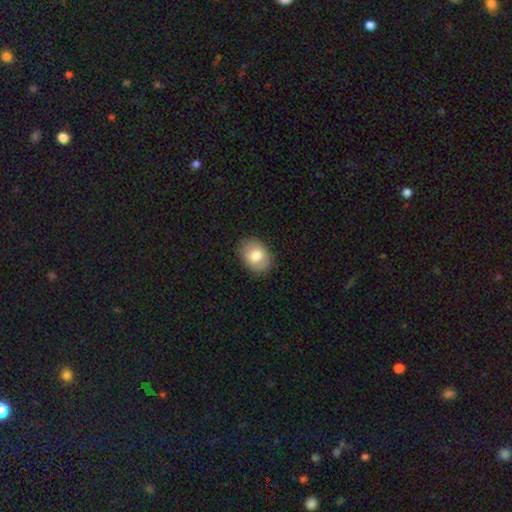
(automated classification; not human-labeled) Smooth or featured?
  - smooth: 79% *
  - featured or disk: 13%
  - star or artifact: 8%
How rounded?
  - in between: 69% *
  - round: 30%
  - cigar-shaped: 1%
Merging?
  - none: 85% *
  - minor disturbance: 11%
  - major disturbance: 3%
  - merger: 1%